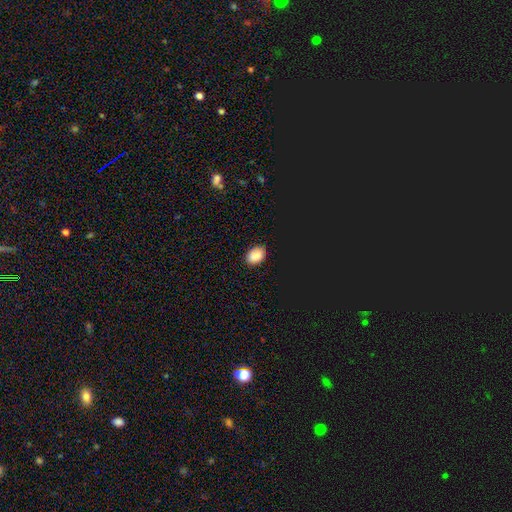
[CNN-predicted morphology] smooth 86%, star or artifact 11%, featured or disk 3%. Down the decision tree: how rounded — in between (75%); merging — none (87%).